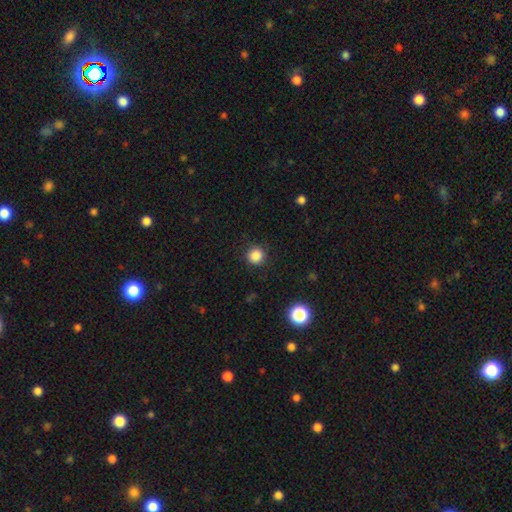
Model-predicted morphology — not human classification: smooth-or-featured: smooth: 86% | star or artifact: 11% | featured or disk: 3%
  how-rounded: round: 95% | in between: 5% | cigar-shaped: 1%
  merging: none: 90% | minor disturbance: 6% | major disturbance: 2% | merger: 1%